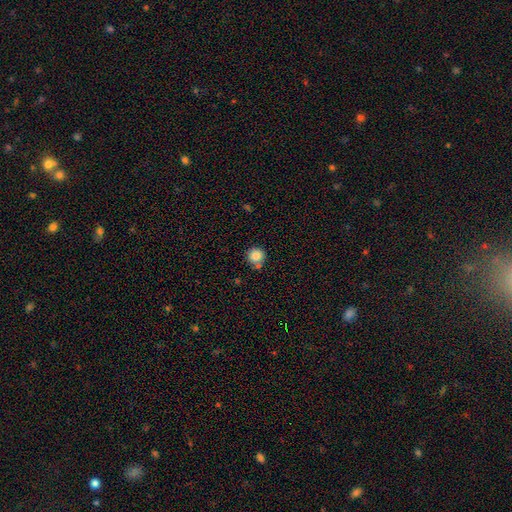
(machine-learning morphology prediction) A smooth galaxy with no disk features (84%) that is round (93%). Merging: none (70%).